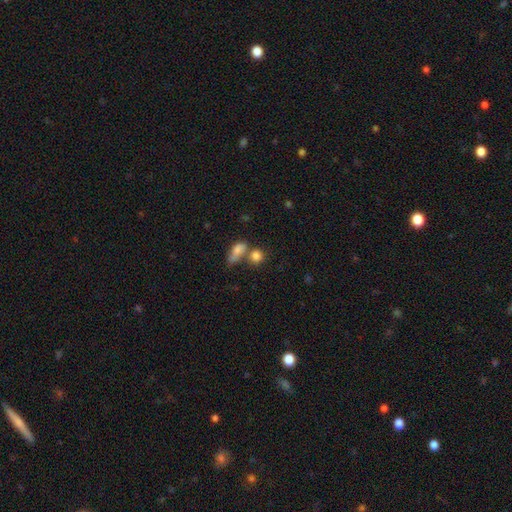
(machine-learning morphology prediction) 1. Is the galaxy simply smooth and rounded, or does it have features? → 81% smooth, 10% star or artifact, 9% featured or disk.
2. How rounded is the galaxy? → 73% round, 25% in between, 3% cigar-shaped.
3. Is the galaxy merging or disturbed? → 46% none, 38% merger, 11% minor disturbance, 6% major disturbance.